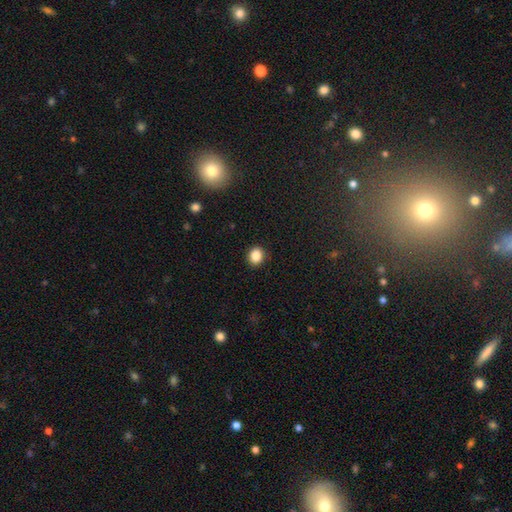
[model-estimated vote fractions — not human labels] Overall: smooth (87%). How rounded: round (69%; in between 30%). Merging: none (91%).